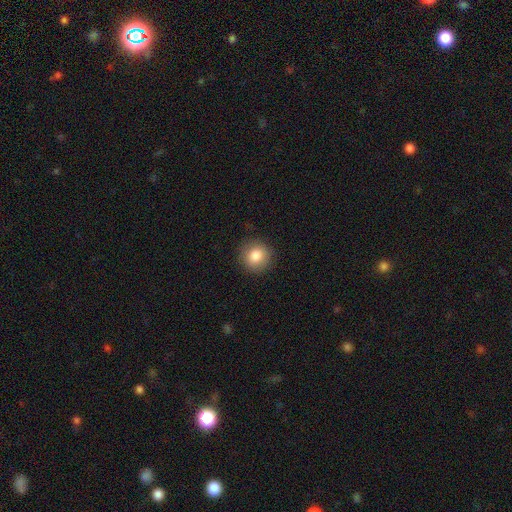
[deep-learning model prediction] smooth-or-featured: smooth: 84% | star or artifact: 9% | featured or disk: 7%
  how-rounded: round: 93% | in between: 6% | cigar-shaped: 1%
  merging: none: 88% | minor disturbance: 8% | major disturbance: 2% | merger: 1%